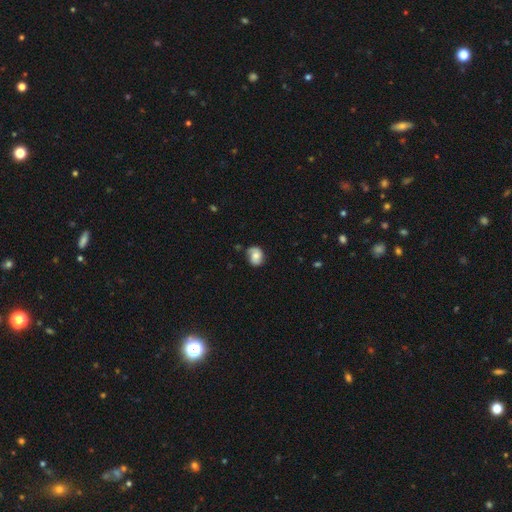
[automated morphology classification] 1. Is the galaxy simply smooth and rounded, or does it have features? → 61% smooth, 30% featured or disk, 9% star or artifact.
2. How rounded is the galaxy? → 54% round, 45% in between, 1% cigar-shaped.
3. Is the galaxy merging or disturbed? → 63% none, 27% minor disturbance, 7% major disturbance, 3% merger.